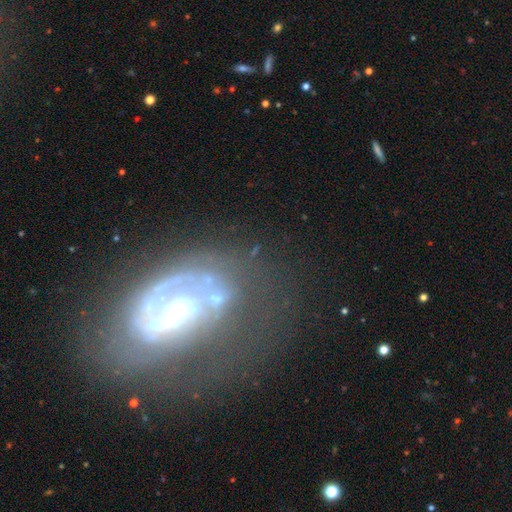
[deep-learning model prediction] This is likely a featured or disk galaxy (79%). It is clearly not viewed edge-on (96%). Bar: possibly no (47%). Spiral arm pattern: likely yes (74%). Spiral arm count: marginally 2 (34%). Spiral winding: possibly tight (45%). Central bulge: possibly moderate (47%). Merging: possibly none (47%).